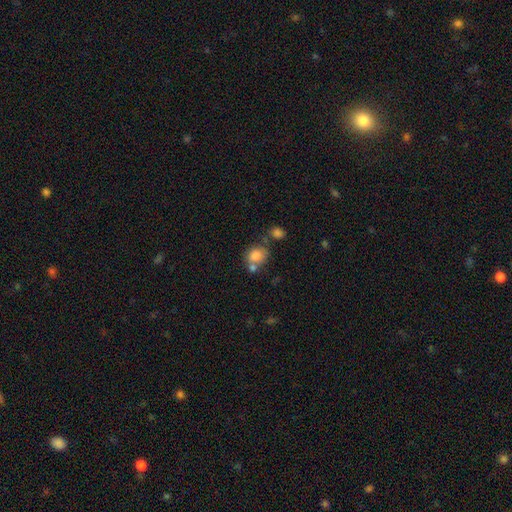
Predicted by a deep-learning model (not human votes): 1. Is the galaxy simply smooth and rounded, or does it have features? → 80% smooth, 10% featured or disk, 10% star or artifact.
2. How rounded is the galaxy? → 63% round, 36% in between, 1% cigar-shaped.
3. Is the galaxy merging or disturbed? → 50% none, 29% merger, 15% minor disturbance, 6% major disturbance.